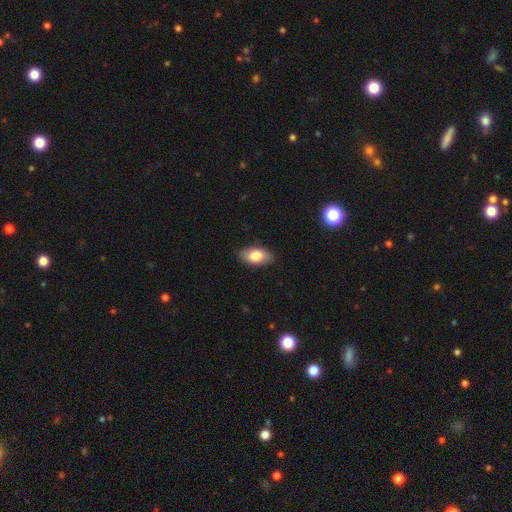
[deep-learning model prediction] Morphology: type=smooth (81%); roundness=in between (92%); merging=none (87%).